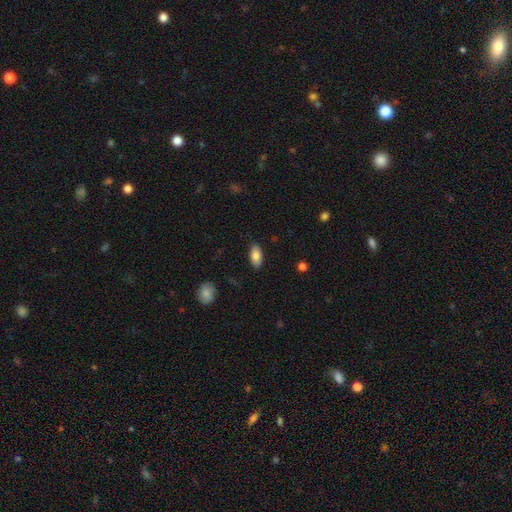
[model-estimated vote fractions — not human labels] Overall: smooth (82%). How rounded: in between (92%). Merging: none (87%).